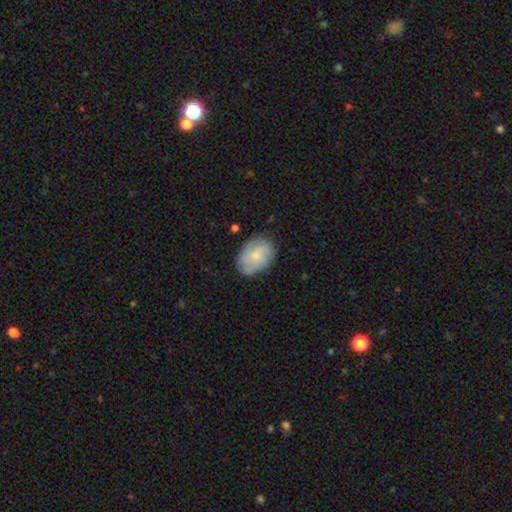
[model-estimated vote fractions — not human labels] Smooth or featured? smooth (64%)
How rounded? in between (81%)
Merging? none (77%)